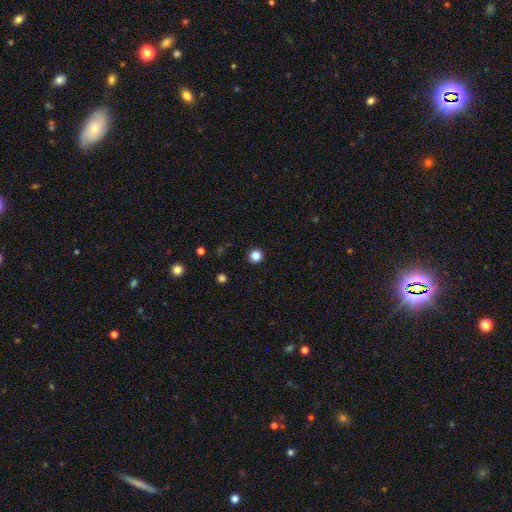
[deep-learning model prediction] smooth-or-featured: smooth: 84% | star or artifact: 12% | featured or disk: 3%
  how-rounded: round: 96% | in between: 3% | cigar-shaped: 1%
  merging: none: 93% | minor disturbance: 4% | major disturbance: 2% | merger: 1%